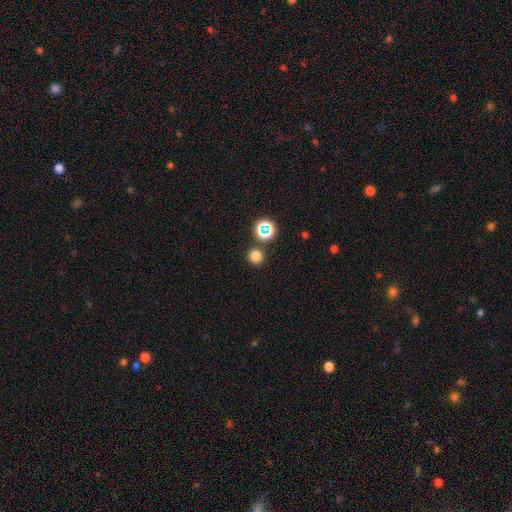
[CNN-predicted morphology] Smooth or featured?
  - smooth: 76% *
  - star or artifact: 19%
  - featured or disk: 5%
How rounded?
  - round: 93% *
  - in between: 6%
  - cigar-shaped: 1%
Merging?
  - none: 86% *
  - minor disturbance: 6%
  - merger: 5%
  - major disturbance: 2%